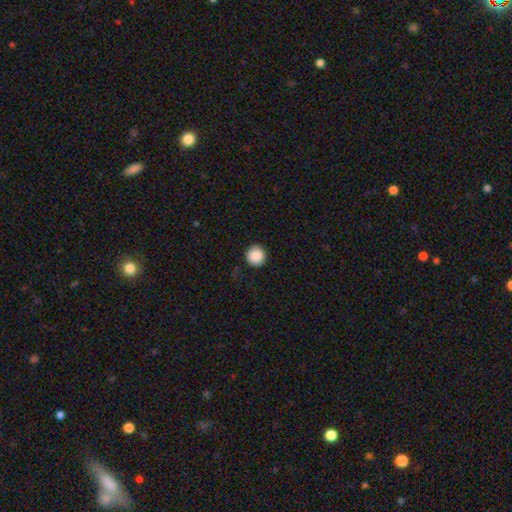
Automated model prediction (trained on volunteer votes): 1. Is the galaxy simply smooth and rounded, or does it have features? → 88% smooth, 9% star or artifact, 3% featured or disk.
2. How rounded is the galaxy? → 95% round, 4% in between, 1% cigar-shaped.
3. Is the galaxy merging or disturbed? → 91% none, 6% minor disturbance, 2% major disturbance, 1% merger.